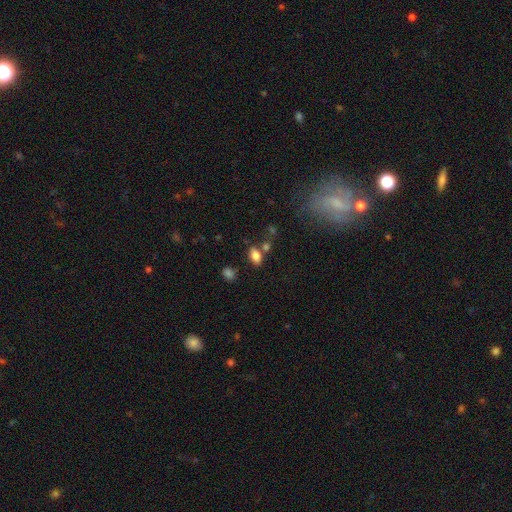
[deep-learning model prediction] smooth-or-featured: smooth: 82% | star or artifact: 10% | featured or disk: 8%
  how-rounded: in between: 88% | round: 9% | cigar-shaped: 3%
  merging: none: 66% | merger: 16% | minor disturbance: 14% | major disturbance: 5%